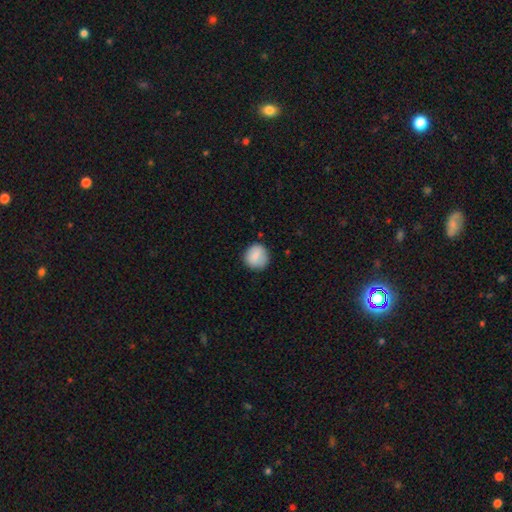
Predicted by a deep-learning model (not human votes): Q: Smooth or featured?
A: smooth (83%); runner-up: featured or disk (9%)
Q: How rounded?
A: round (86%); runner-up: in between (13%)
Q: Merging?
A: none (81%); runner-up: minor disturbance (14%)